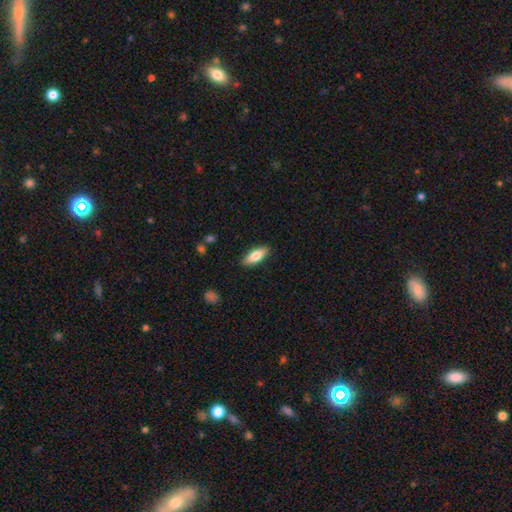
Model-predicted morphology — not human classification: smooth 76%, featured or disk 18%, star or artifact 6%. Down the decision tree: how rounded — in between (71%); merging — none (88%).